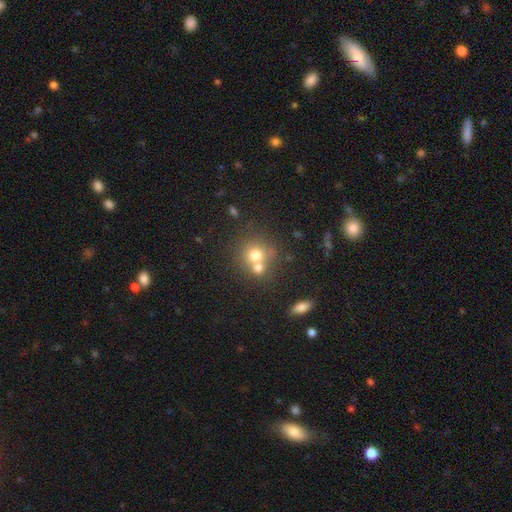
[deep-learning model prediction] A smooth galaxy with no disk features (70%) that is round (83%).

Vote fractions:
- Smooth or featured? smooth: 70% / featured or disk: 17% / star or artifact: 13%
- How rounded? round: 83% / in between: 16% / cigar-shaped: 1%
- Merging? merger: 50% / none: 40% / minor disturbance: 7% / major disturbance: 3%